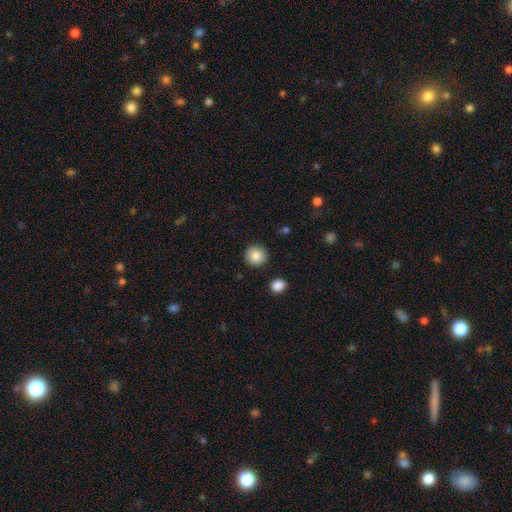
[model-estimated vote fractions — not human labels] Smooth or featured: smooth — 85% (star or artifact — 8%)
How rounded: round — 94% (in between — 5%)
Merging: none — 91% (minor disturbance — 5%)